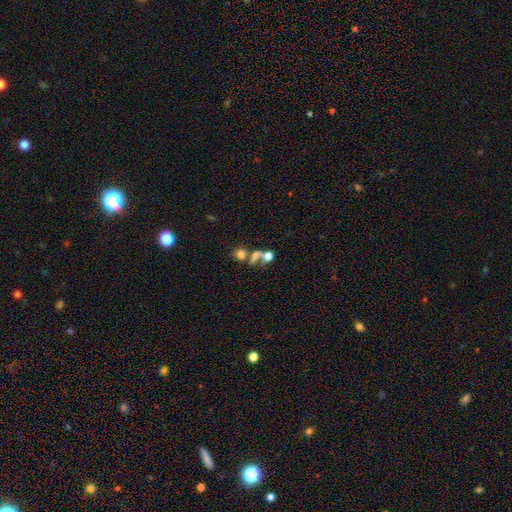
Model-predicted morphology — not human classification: smooth_or_featured: smooth (p=0.57) [alt: featured or disk p=0.23]
how_rounded: round (p=0.55) [alt: in between p=0.42]
merging: merger (p=0.52) [alt: none p=0.27]